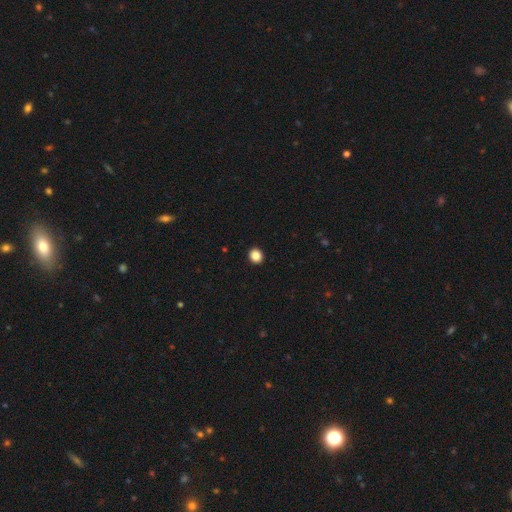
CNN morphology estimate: type=smooth (87%); roundness=round (85%); merging=none (94%).